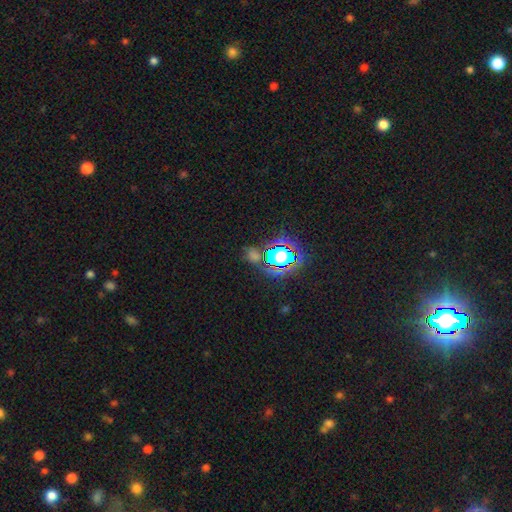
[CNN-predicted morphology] A star or artifact, not a galaxy (65%).

Vote fractions:
- Smooth or featured? star or artifact: 65% / smooth: 24% / featured or disk: 11%